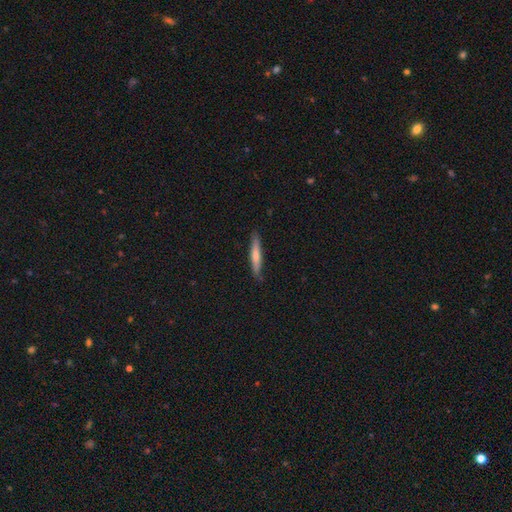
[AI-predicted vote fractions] Smooth or featured?
  - smooth: 65% *
  - featured or disk: 29%
  - star or artifact: 5%
How rounded?
  - cigar-shaped: 92% *
  - in between: 6%
  - round: 1%
Merging?
  - none: 85% *
  - minor disturbance: 11%
  - major disturbance: 2%
  - merger: 1%